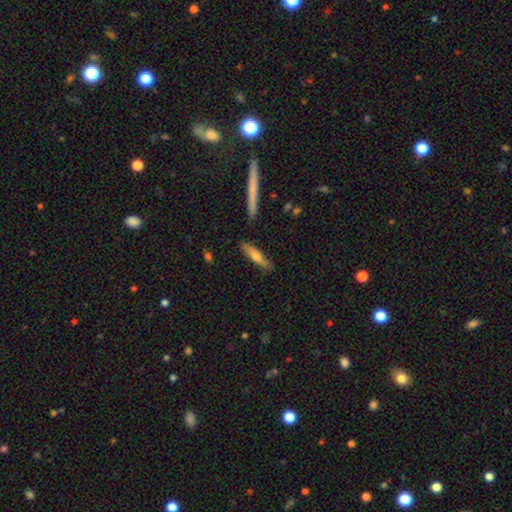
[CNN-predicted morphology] The model was most divided on "smooth or featured": smooth: 60%, featured or disk: 34%, star or artifact: 6%. More confident: merging — none (85%); how rounded — cigar-shaped (81%).